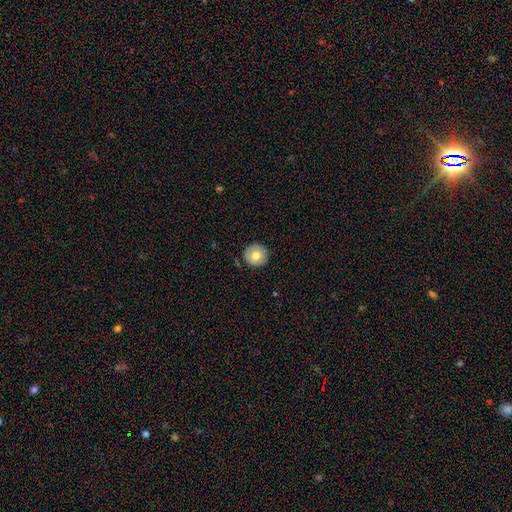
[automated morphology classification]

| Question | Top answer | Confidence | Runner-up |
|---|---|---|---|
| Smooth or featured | smooth | 73% | featured or disk (19%) |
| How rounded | round | 95% | in between (4%) |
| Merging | none | 88% | minor disturbance (8%) |